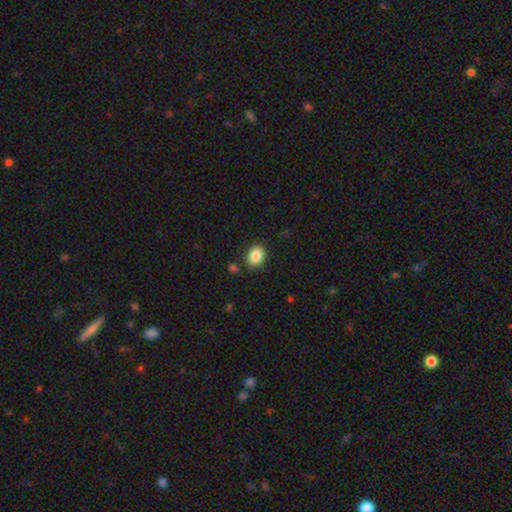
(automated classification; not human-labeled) smooth_or_featured: smooth (p=0.87) [alt: star or artifact p=0.09]
how_rounded: round (p=0.50) [alt: in between p=0.49]
merging: none (p=0.85) [alt: minor disturbance p=0.09]